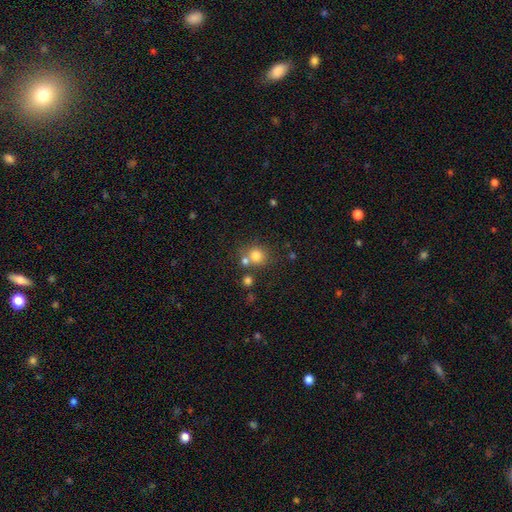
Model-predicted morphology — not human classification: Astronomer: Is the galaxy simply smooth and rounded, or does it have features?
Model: smooth — 78%.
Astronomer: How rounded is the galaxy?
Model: round — 83%.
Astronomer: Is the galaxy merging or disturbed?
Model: none — 60%.